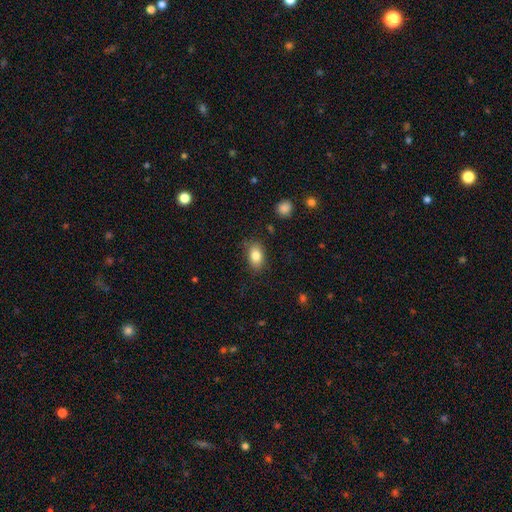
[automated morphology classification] smooth_or_featured: smooth (p=0.83) [alt: featured or disk p=0.08]
how_rounded: in between (p=0.85) [alt: round p=0.13]
merging: none (p=0.81) [alt: minor disturbance p=0.14]